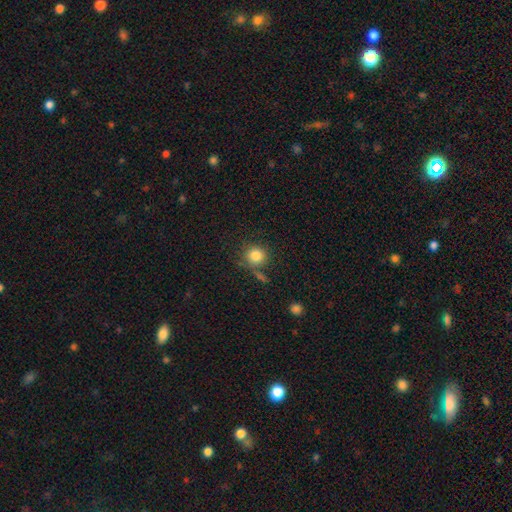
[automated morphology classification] Smooth or featured: smooth — 83% (star or artifact — 11%)
How rounded: round — 90% (in between — 9%)
Merging: none — 70% (minor disturbance — 15%)